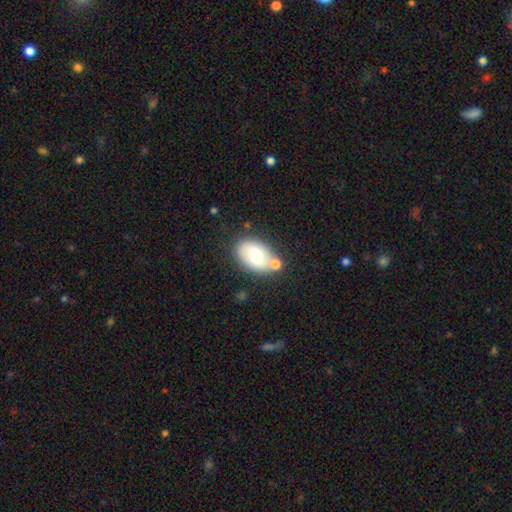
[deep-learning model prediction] The model was most divided on "merging": none: 61%, minor disturbance: 17%, merger: 16%, major disturbance: 5%. More confident: how rounded — in between (89%); smooth or featured — smooth (70%).